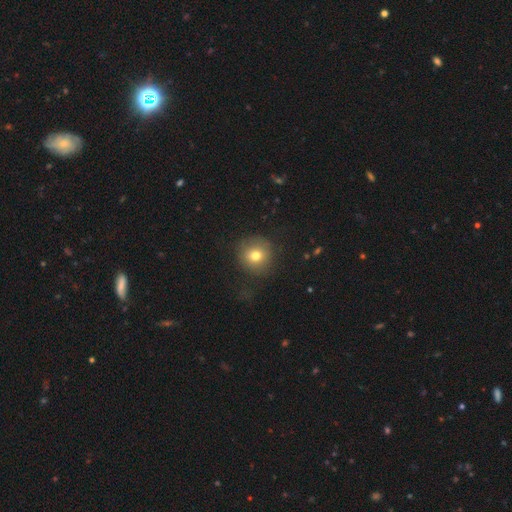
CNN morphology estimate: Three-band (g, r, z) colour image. It shows a smooth galaxy with no disk features (74%) that is round (92%). Merging: none (79%).